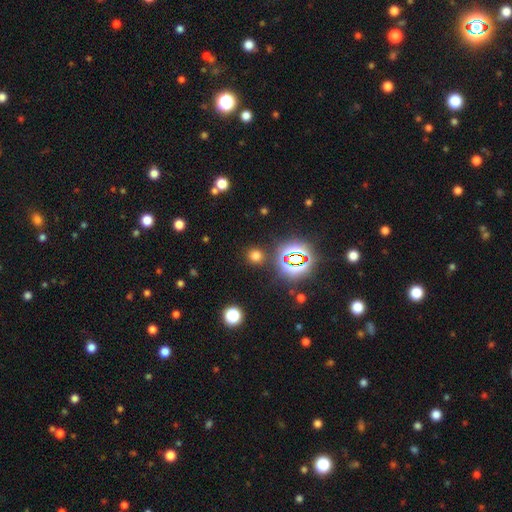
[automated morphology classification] This appears to be a smooth galaxy with no disk features (64%) that is round (89%). Merging: none (87%).